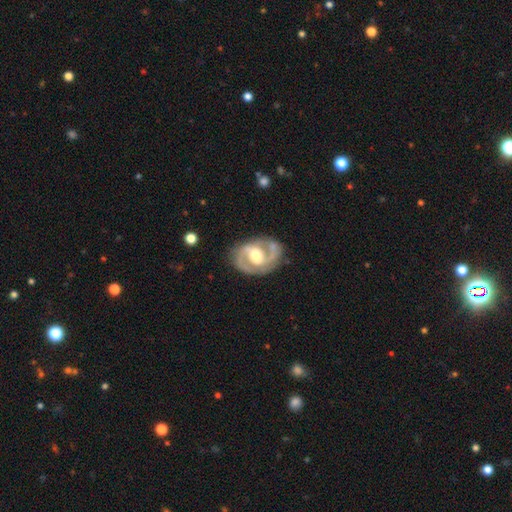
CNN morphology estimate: Smooth or featured: featured or disk — 87% (smooth — 8%)
Edge-on disk: no — 97% (yes — 3%)
Bar: weak — 47% (no — 28%)
Spiral arms: yes — 94% (no — 6%)
Spiral winding: medium — 55% (tight — 32%)
Spiral arm count: 2 — 90% (can't tell — 4%)
Bulge size: moderate — 65% (large — 19%)
Merging: none — 80% (minor disturbance — 14%)